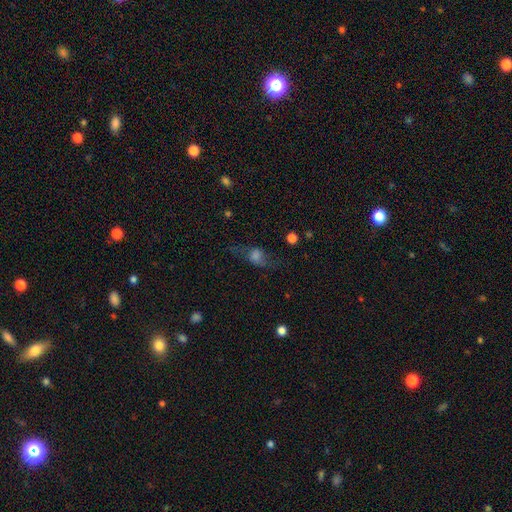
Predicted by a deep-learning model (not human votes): A smooth galaxy with no disk features (49%). Merging: none (56%).